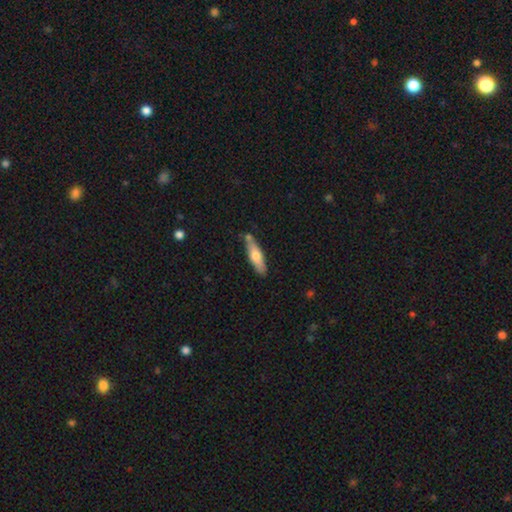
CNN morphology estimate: smooth_or_featured: smooth (p=0.60) [alt: featured or disk p=0.34]
how_rounded: cigar-shaped (p=0.68) [alt: in between p=0.30]
merging: none (p=0.75) [alt: minor disturbance p=0.16]